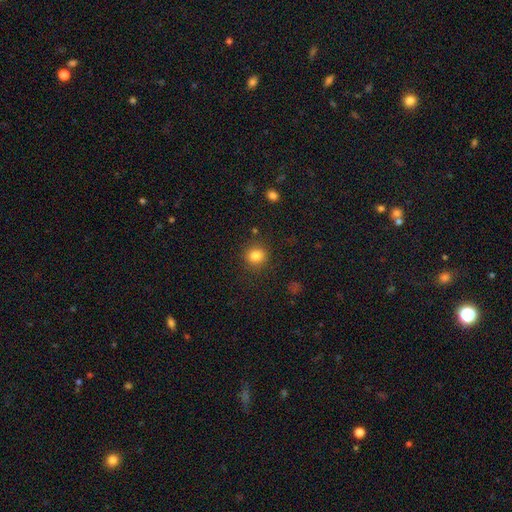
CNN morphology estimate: Smooth or featured: smooth — 83% (star or artifact — 11%)
How rounded: round — 83% (in between — 16%)
Merging: none — 87% (minor disturbance — 8%)